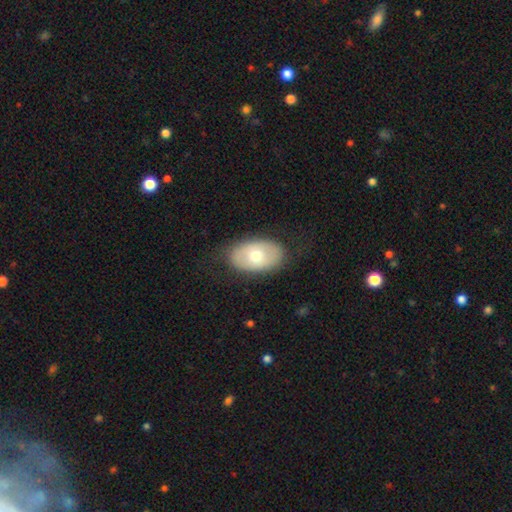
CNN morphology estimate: Smooth or featured? Predicted: smooth (p=0.60). How rounded? Predicted: in between (p=0.90). Merging? Predicted: none (p=0.80).